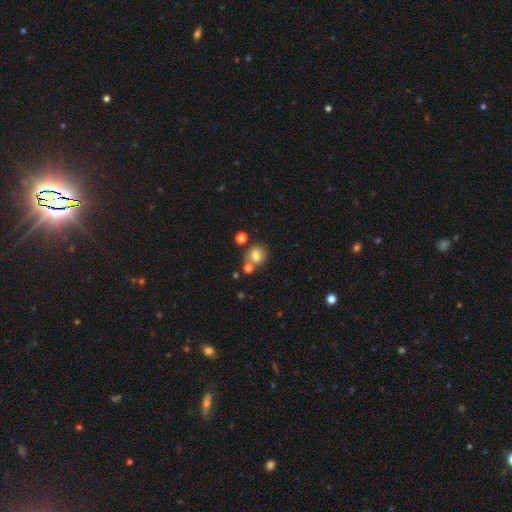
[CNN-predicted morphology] Smooth or featured?
  - smooth: 75% *
  - star or artifact: 13%
  - featured or disk: 12%
How rounded?
  - round: 80% *
  - in between: 19%
  - cigar-shaped: 1%
Merging?
  - none: 64% *
  - merger: 21%
  - minor disturbance: 11%
  - major disturbance: 4%